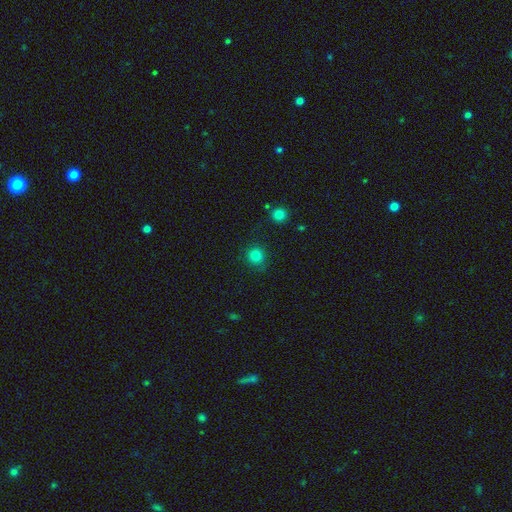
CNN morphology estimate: This is clearly a smooth galaxy (82%). How rounded: clearly round (92%). Merging: clearly none (87%).